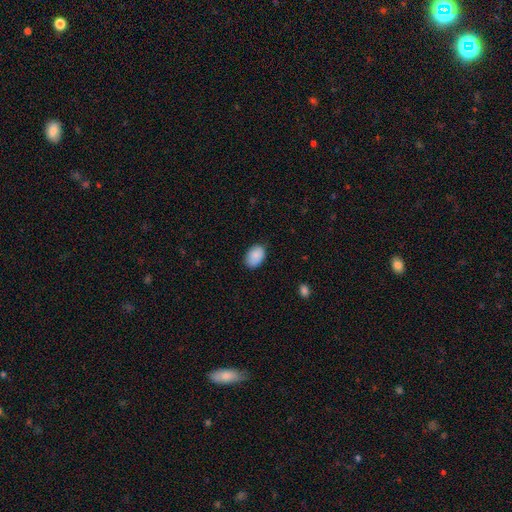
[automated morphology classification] smooth-or-featured: smooth: 89% | star or artifact: 7% | featured or disk: 4%
  how-rounded: in between: 85% | round: 14% | cigar-shaped: 1%
  merging: none: 80% | minor disturbance: 16% | major disturbance: 3% | merger: 1%